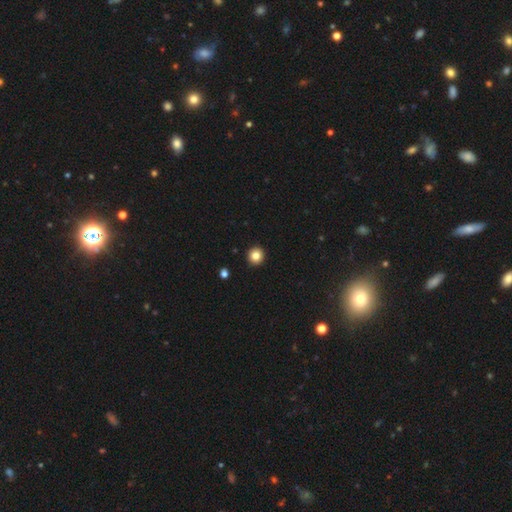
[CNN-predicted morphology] This appears to be a smooth galaxy with no disk features (84%) that is round (94%). Merging: none (94%).